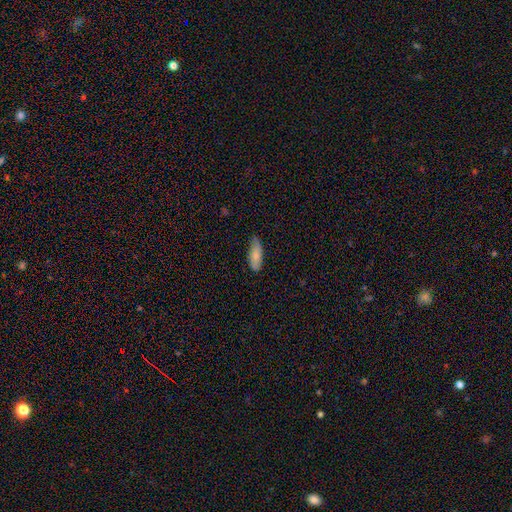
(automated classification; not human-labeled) Morphology: type=smooth (80%); roundness=in between (70%); merging=none (70%).